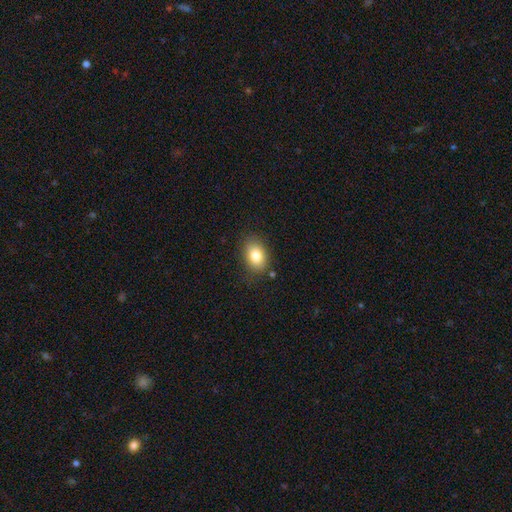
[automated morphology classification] This appears to be a smooth galaxy with no disk features (83%) that is in between round and cigar-shaped (76%). Merging: none (82%).